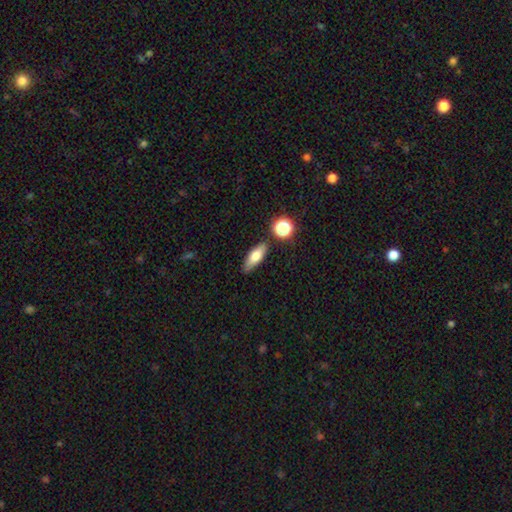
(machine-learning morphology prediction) This appears to be a smooth galaxy with no disk features (70%) that is in between round and cigar-shaped (65%). Merging: none (78%).